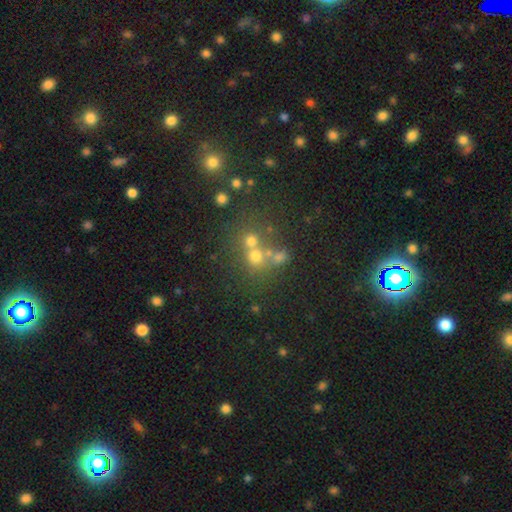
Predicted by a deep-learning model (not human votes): Smooth or featured? smooth (59%)
How rounded? round (83%)
Merging? none (48%)